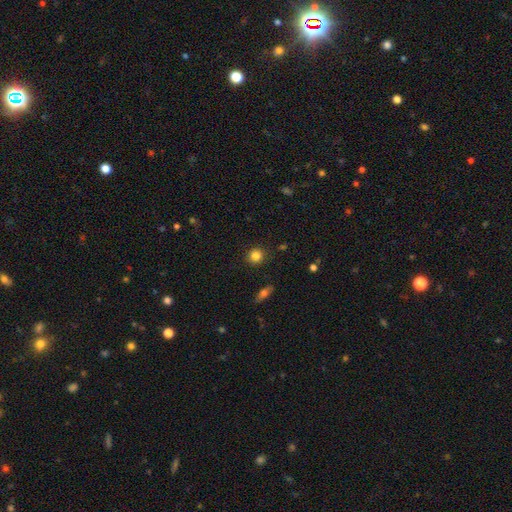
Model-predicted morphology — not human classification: Smooth or featured? Predicted: smooth (p=0.83). How rounded? Predicted: round (p=0.88). Merging? Predicted: none (p=0.89).